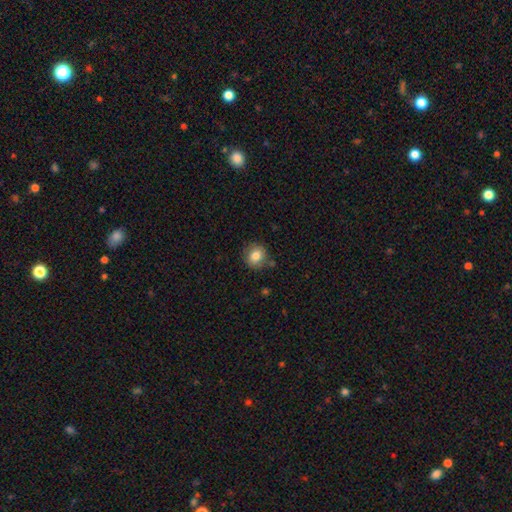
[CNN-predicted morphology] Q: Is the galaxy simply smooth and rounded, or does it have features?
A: smooth — 81%.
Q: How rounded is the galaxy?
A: round — 83%.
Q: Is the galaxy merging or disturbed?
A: none — 82%.